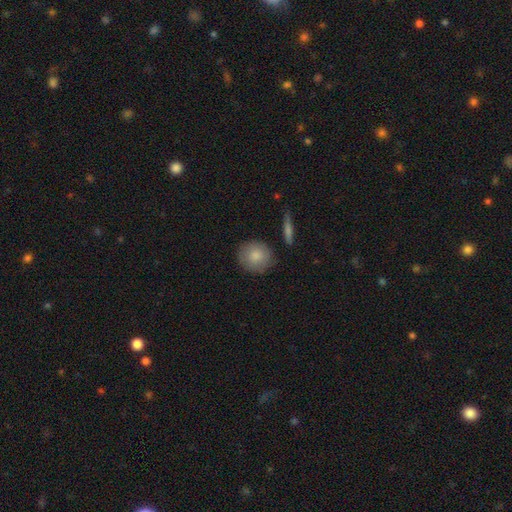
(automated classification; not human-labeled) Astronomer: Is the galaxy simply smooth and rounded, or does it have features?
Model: smooth — 83%.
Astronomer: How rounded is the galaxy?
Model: round — 88%.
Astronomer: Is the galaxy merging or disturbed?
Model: none — 83%.